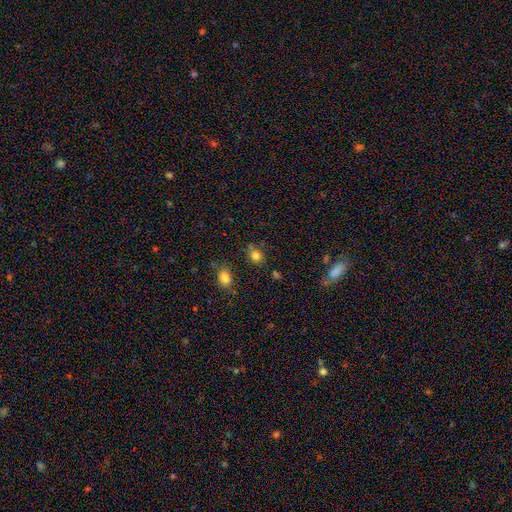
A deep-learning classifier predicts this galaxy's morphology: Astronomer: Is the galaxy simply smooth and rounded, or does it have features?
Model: smooth — 80%.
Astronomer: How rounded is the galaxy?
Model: round — 64%.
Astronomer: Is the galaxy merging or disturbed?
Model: none — 70%.